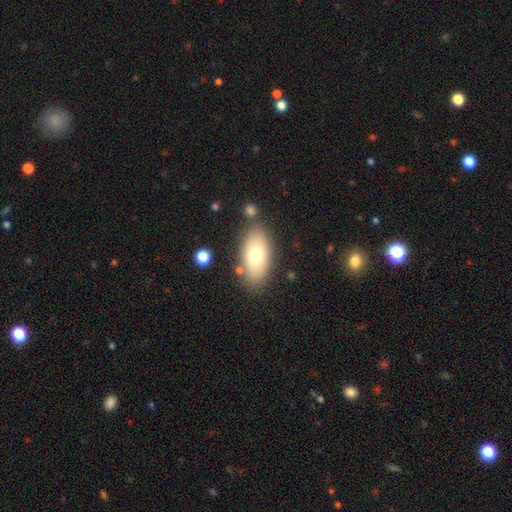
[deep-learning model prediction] smooth 72%, featured or disk 21%, star or artifact 7%. Down the decision tree: how rounded — in between (91%); merging — none (78%).